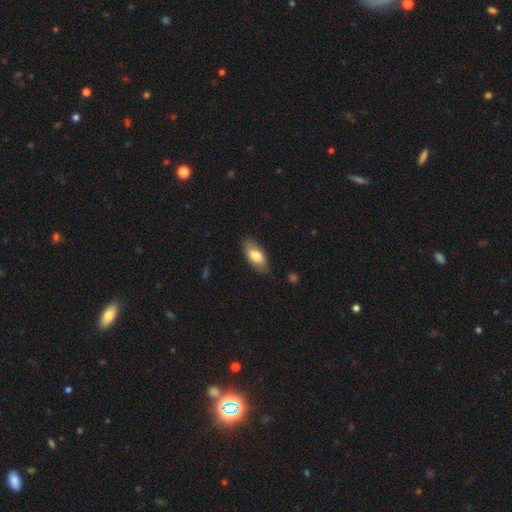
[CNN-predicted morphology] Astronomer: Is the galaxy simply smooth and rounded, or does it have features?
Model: smooth — 76%.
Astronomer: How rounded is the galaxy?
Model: in between — 91%.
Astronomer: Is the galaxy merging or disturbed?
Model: none — 82%.